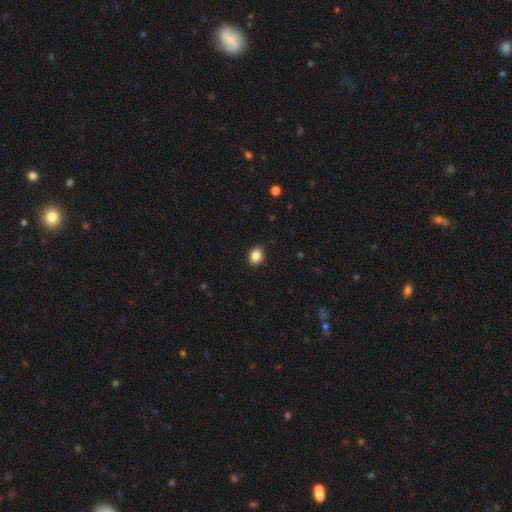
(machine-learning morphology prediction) The model was most divided on "how rounded": in between: 54%, round: 45%, cigar-shaped: 1%. More confident: merging — none (88%); smooth or featured — smooth (87%).